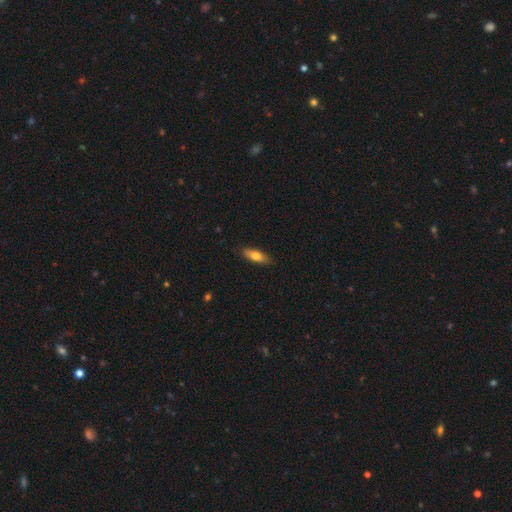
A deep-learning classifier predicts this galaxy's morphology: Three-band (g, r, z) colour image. It shows a smooth galaxy with no disk features (73%) that is in between round and cigar-shaped (60%). Merging: none (87%).